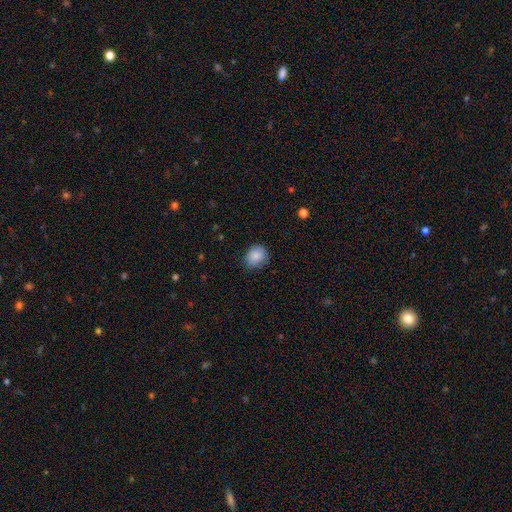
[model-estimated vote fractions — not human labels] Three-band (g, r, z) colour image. It shows a smooth galaxy with no disk features (86%) that is round (66%). Merging: none (74%).